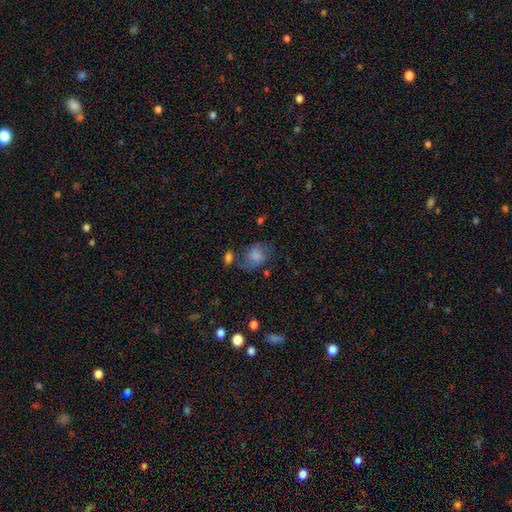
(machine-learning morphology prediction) Overall: smooth (71%). How rounded: in between (66%; round 33%). Merging: none (50%; minor disturbance 27%).